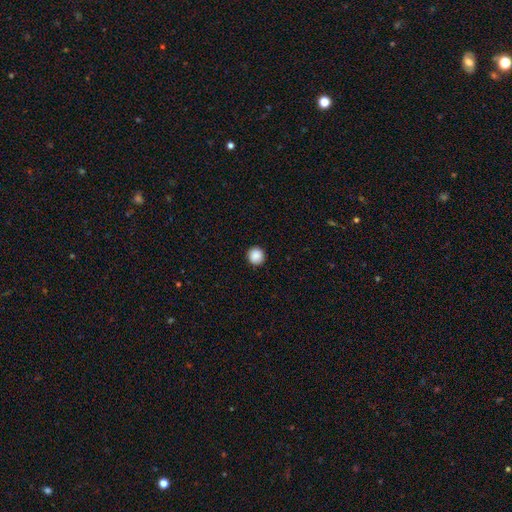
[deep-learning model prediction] Q: Smooth or featured?
A: smooth (89%); runner-up: star or artifact (9%)
Q: How rounded?
A: round (94%); runner-up: in between (5%)
Q: Merging?
A: none (92%); runner-up: minor disturbance (5%)